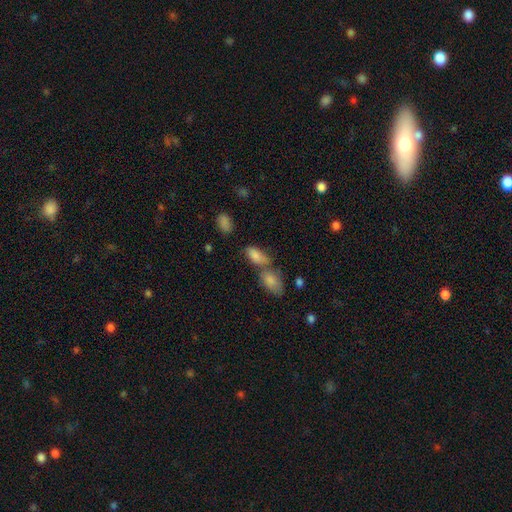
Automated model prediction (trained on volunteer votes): Morphology: type=smooth (80%); roundness=in between (87%); merging=merger (42%).